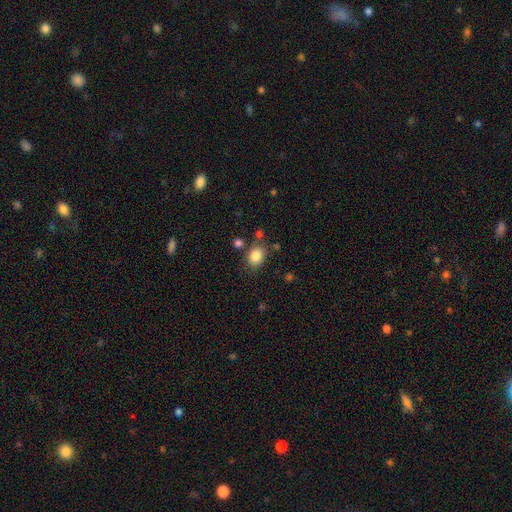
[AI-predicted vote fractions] smooth-or-featured: smooth: 84% | star or artifact: 10% | featured or disk: 6%
  how-rounded: in between: 54% | round: 45% | cigar-shaped: 1%
  merging: none: 76% | minor disturbance: 13% | merger: 7% | major disturbance: 4%